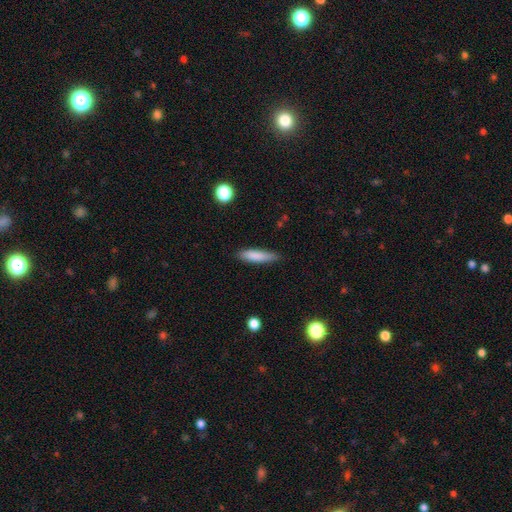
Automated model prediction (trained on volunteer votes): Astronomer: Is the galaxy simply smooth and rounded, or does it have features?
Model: smooth — 83%.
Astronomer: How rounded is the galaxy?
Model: cigar-shaped — 75%.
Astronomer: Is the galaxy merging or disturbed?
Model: none — 80%.